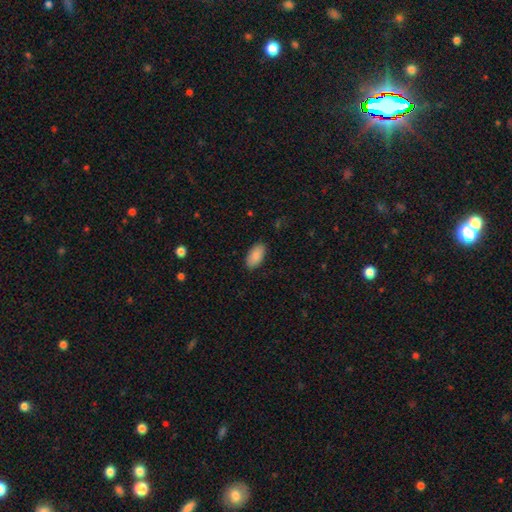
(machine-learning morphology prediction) Smooth or featured? smooth (87%)
How rounded? in between (95%)
Merging? none (88%)